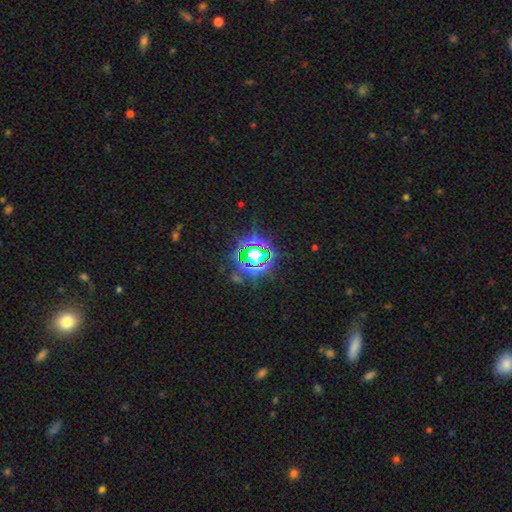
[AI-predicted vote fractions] A star or artifact, not a galaxy (71%).